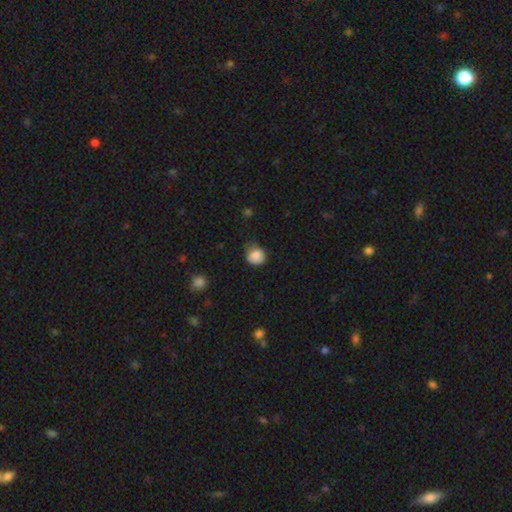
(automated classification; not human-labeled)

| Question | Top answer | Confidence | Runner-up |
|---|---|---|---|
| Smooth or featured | smooth | 85% | star or artifact (9%) |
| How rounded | round | 76% | in between (23%) |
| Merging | none | 61% | minor disturbance (31%) |